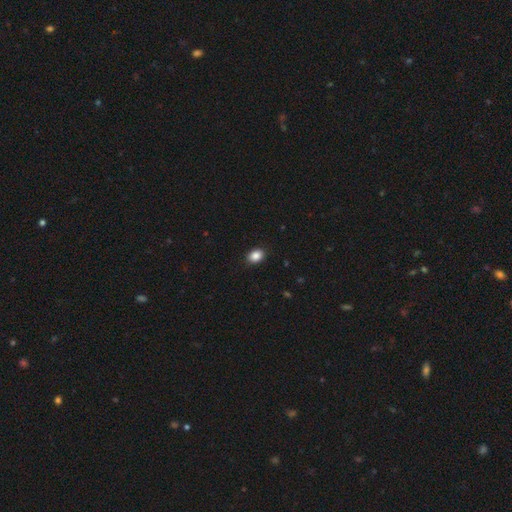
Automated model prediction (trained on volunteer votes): smooth 88%, star or artifact 9%, featured or disk 4%. Down the decision tree: how rounded — in between (69%); merging — none (90%).